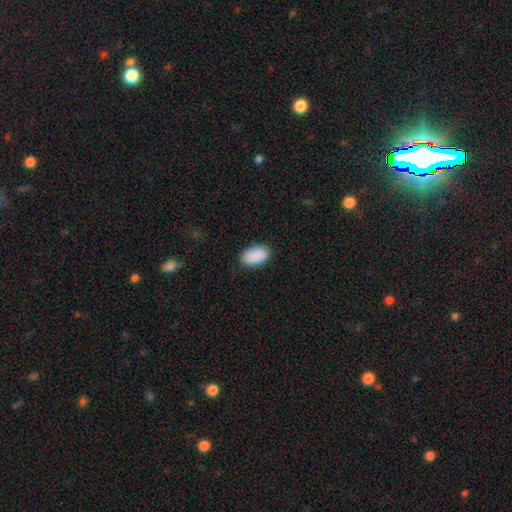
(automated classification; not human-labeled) Q: Smooth or featured?
A: smooth (91%); runner-up: star or artifact (6%)
Q: How rounded?
A: in between (94%); runner-up: round (5%)
Q: Merging?
A: none (86%); runner-up: minor disturbance (11%)